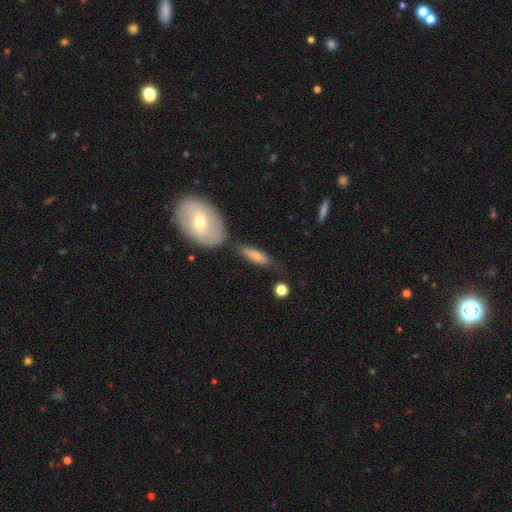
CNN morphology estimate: smooth_or_featured: smooth (p=0.74) [alt: featured or disk p=0.19]
how_rounded: in between (p=0.52) [alt: cigar-shaped p=0.44]
merging: none (p=0.63) [alt: minor disturbance p=0.18]